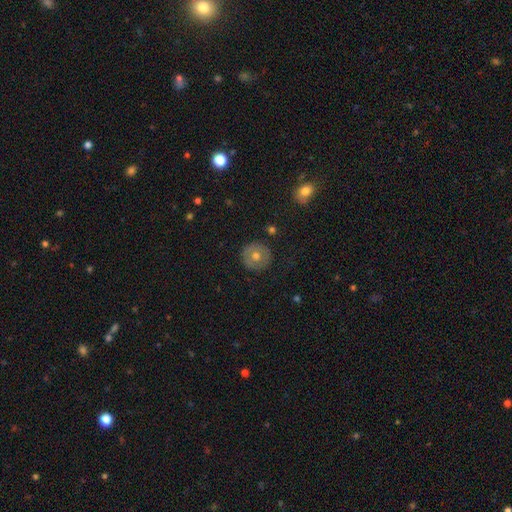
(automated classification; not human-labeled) Overall: smooth (59%; featured or disk 32%). How rounded: round (95%). Merging: none (89%).